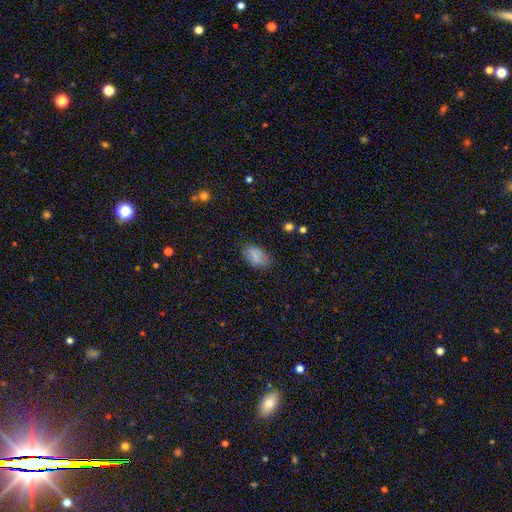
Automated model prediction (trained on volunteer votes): A smooth galaxy with no disk features (81%) that is in between round and cigar-shaped (92%).

Vote fractions:
- Smooth or featured? smooth: 81% / featured or disk: 10% / star or artifact: 9%
- How rounded? in between: 92% / round: 6% / cigar-shaped: 2%
- Merging? none: 76% / minor disturbance: 18% / major disturbance: 4% / merger: 1%